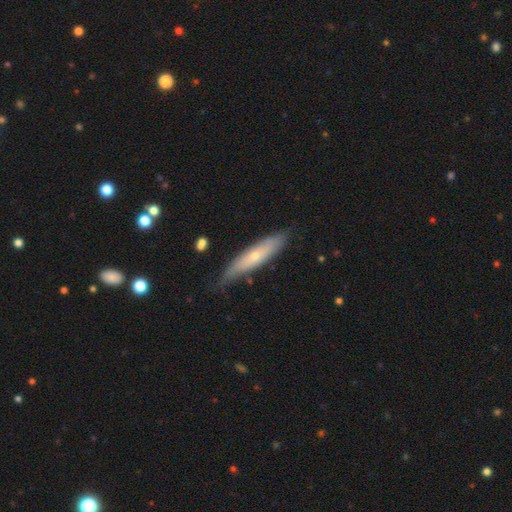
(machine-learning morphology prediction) Smooth or featured?
  - smooth: 54% *
  - featured or disk: 40%
  - star or artifact: 6%
How rounded?
  - cigar-shaped: 79% *
  - in between: 20%
  - round: 2%
Merging?
  - none: 74% *
  - minor disturbance: 20%
  - major disturbance: 4%
  - merger: 2%